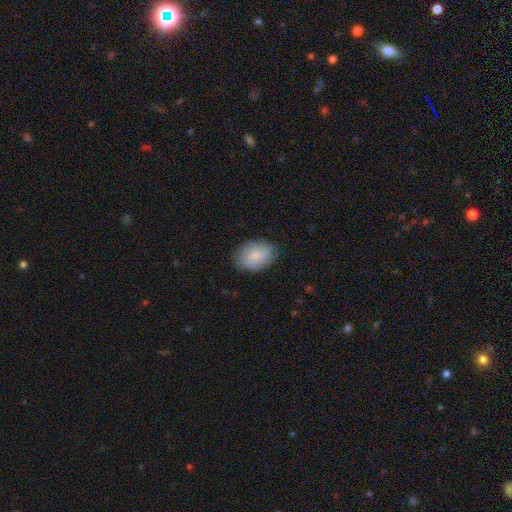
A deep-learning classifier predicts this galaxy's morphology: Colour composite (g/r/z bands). It shows a smooth galaxy with no disk features (69%) that is in between round and cigar-shaped (79%). Merging: none (77%).